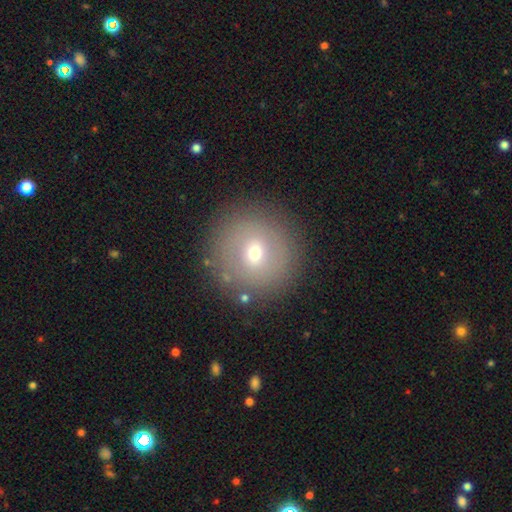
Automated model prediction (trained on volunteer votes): A smooth galaxy with no disk features (61%) that is round (95%).

Vote fractions:
- Smooth or featured? smooth: 61% / featured or disk: 25% / star or artifact: 14%
- How rounded? round: 95% / in between: 4% / cigar-shaped: 1%
- Merging? none: 88% / minor disturbance: 7% / major disturbance: 3% / merger: 2%